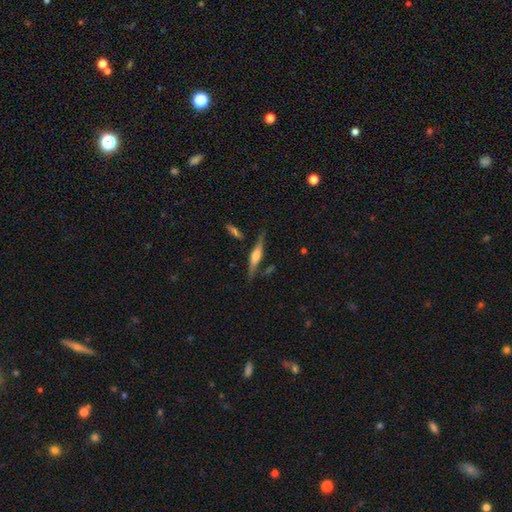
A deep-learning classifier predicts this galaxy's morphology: The model was most divided on "smooth or featured": featured or disk: 71%, smooth: 22%, star or artifact: 6%. More confident: edge-on disk — yes (96%); merging — none (79%); edge-on bulge — rounded (75%).